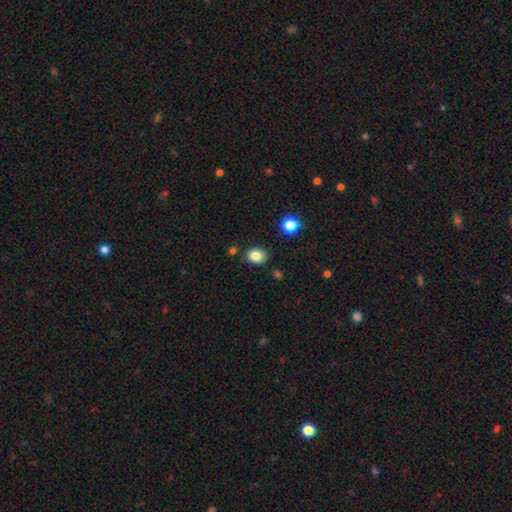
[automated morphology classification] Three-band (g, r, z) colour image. It shows a smooth galaxy with no disk features (84%) that is round (50%). Merging: none (84%).